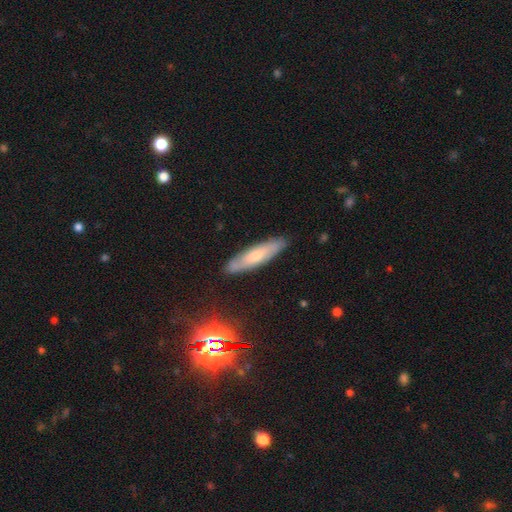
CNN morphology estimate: This is possibly a smooth galaxy (51%). How rounded: likely cigar-shaped (74%). Merging: clearly none (84%).